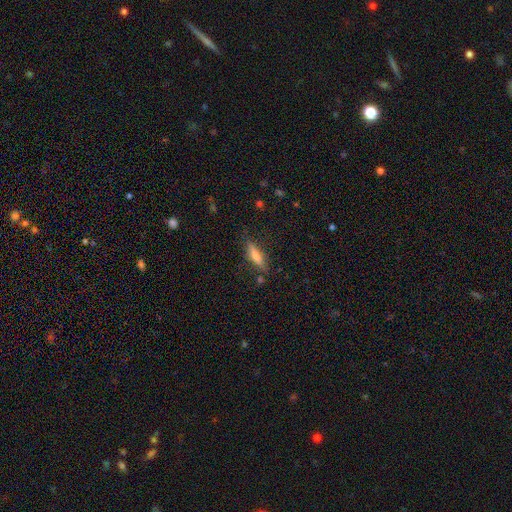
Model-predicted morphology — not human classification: A smooth galaxy with no disk features (53%) that is cigar-shaped (69%). Merging: none (81%).